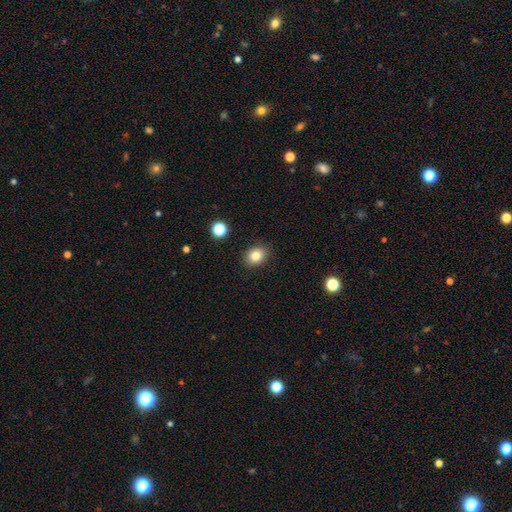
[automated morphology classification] Smooth or featured: smooth — 83% (star or artifact — 10%)
How rounded: in between — 52% (round — 47%)
Merging: none — 89% (minor disturbance — 8%)